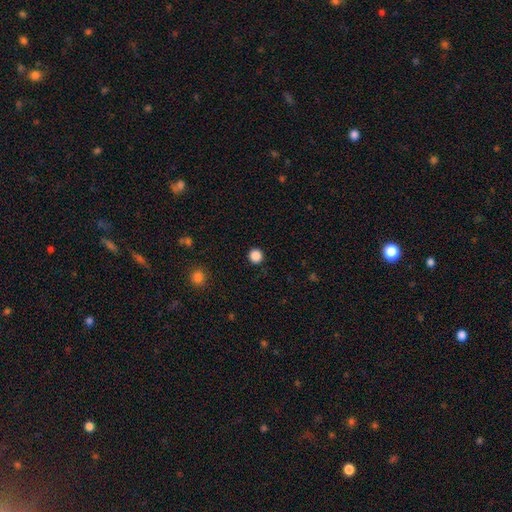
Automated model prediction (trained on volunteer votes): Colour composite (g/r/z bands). It shows a smooth galaxy with no disk features (87%) that is round (95%). Merging: none (92%).